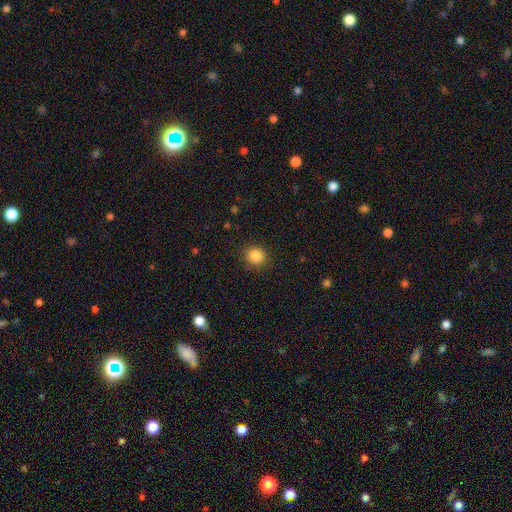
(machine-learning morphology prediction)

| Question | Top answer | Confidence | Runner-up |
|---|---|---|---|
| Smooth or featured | smooth | 86% | star or artifact (10%) |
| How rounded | round | 84% | in between (16%) |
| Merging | none | 88% | minor disturbance (8%) |